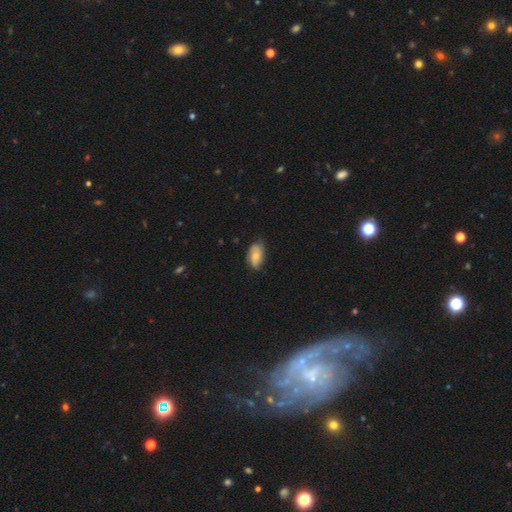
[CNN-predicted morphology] A smooth galaxy with no disk features (57%) that is in between round and cigar-shaped (91%).

Vote fractions:
- Smooth or featured? smooth: 57% / featured or disk: 36% / star or artifact: 7%
- How rounded? in between: 91% / round: 6% / cigar-shaped: 3%
- Merging? none: 65% / minor disturbance: 28% / major disturbance: 6% / merger: 1%